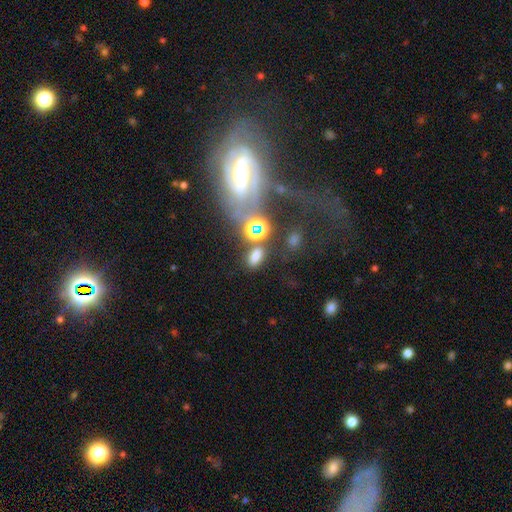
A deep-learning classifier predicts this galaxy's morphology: Q: Smooth or featured?
A: smooth (67%); runner-up: star or artifact (22%)
Q: How rounded?
A: in between (82%); runner-up: round (13%)
Q: Merging?
A: none (66%); runner-up: minor disturbance (13%)